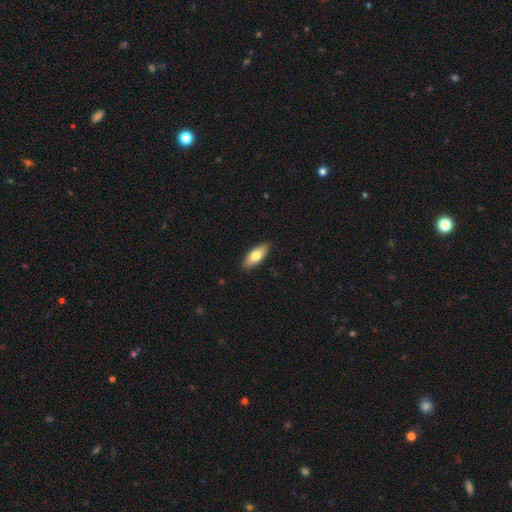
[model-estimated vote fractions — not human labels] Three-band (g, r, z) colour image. It shows a smooth galaxy with no disk features (75%) that is in between round and cigar-shaped (77%). Merging: none (90%).